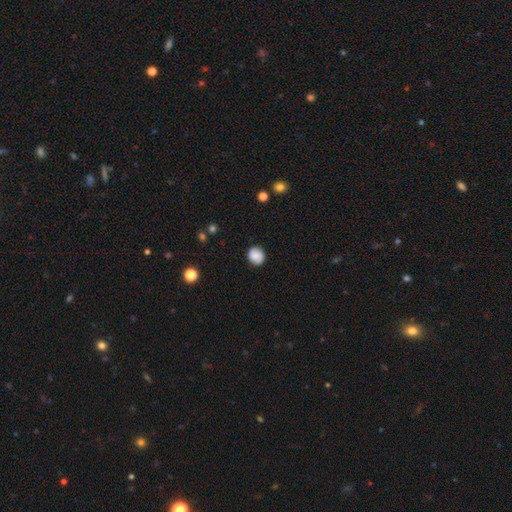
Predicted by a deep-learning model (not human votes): Overall: smooth (81%). How rounded: round (78%). Merging: none (85%).